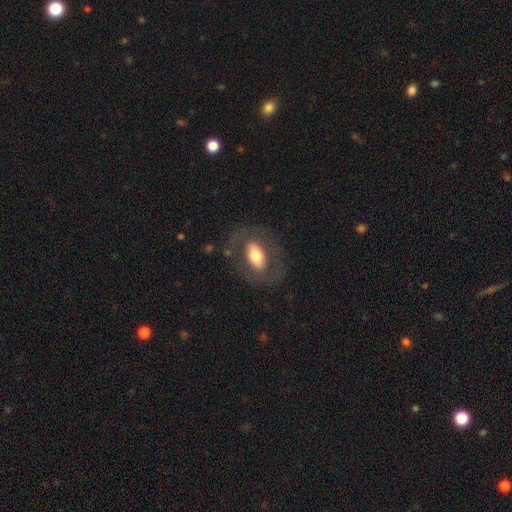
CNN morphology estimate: The model was most divided on "smooth or featured": smooth: 52%, featured or disk: 41%, star or artifact: 7%. More confident: how rounded — in between (86%); merging — none (74%).